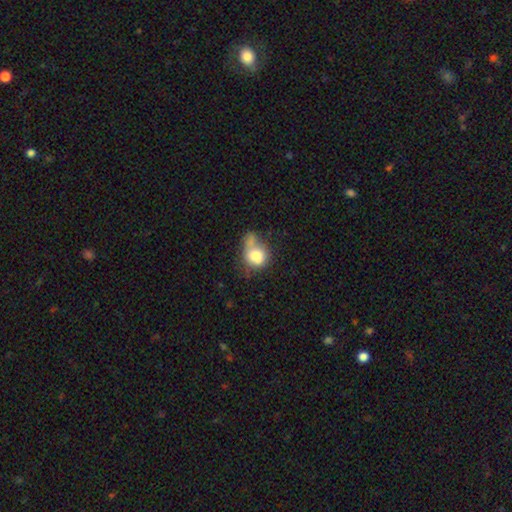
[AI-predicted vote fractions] Smooth or featured? smooth (70%)
How rounded? round (53%)
Merging? merger (40%)